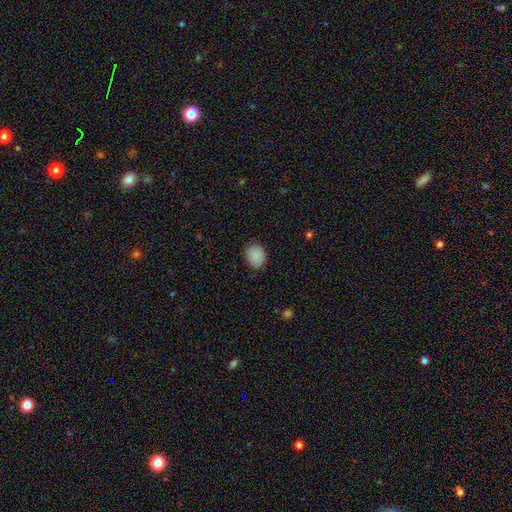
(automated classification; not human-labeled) This appears to be a smooth galaxy with no disk features (89%) that is round (56%). Merging: none (83%).